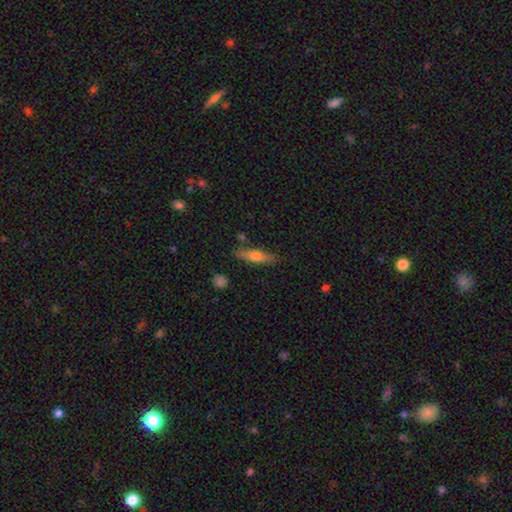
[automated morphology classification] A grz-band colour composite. It shows a smooth galaxy with no disk features (59%) that is cigar-shaped (72%). Merging: none (82%).